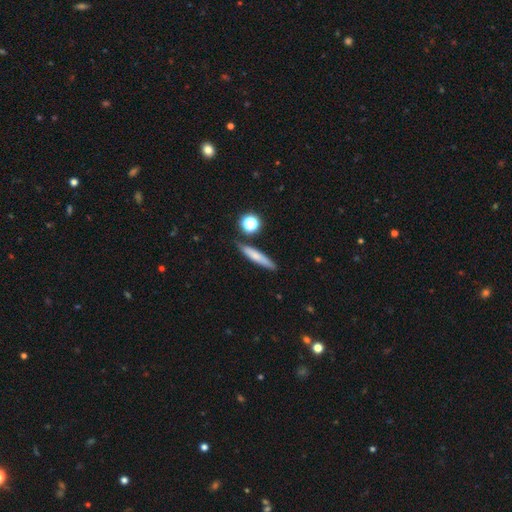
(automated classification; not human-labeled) smooth-or-featured: smooth: 67% | featured or disk: 24% | star or artifact: 9%
  how-rounded: cigar-shaped: 87% | in between: 9% | round: 4%
  merging: none: 80% | minor disturbance: 12% | merger: 5% | major disturbance: 3%